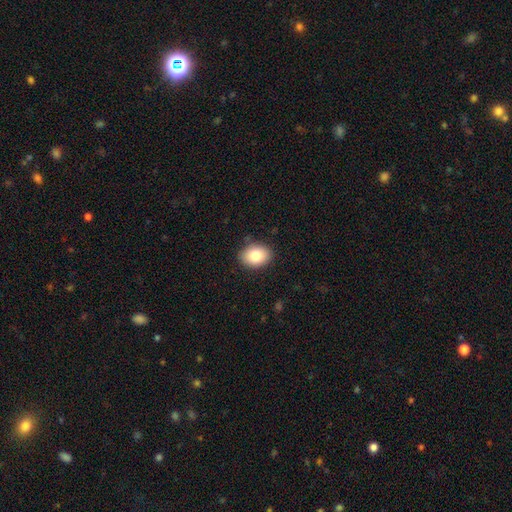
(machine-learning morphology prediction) This is clearly a smooth galaxy (82%). How rounded: likely in between (71%). Merging: clearly none (87%).